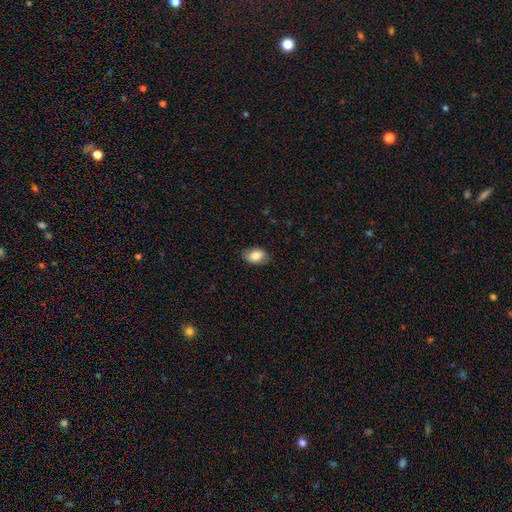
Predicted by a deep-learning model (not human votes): A smooth galaxy with no disk features (81%) that is in between round and cigar-shaped (84%). Merging: none (79%).